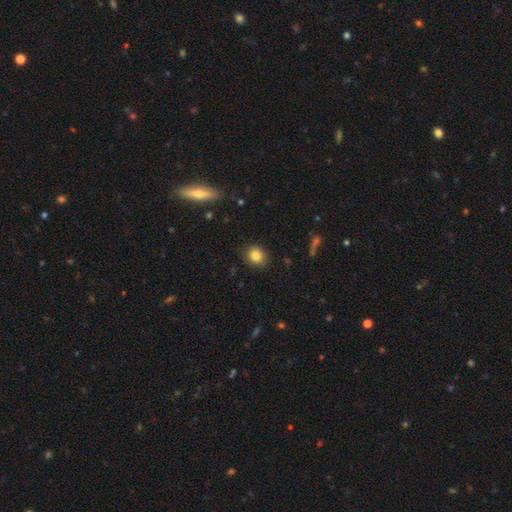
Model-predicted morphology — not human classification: A smooth galaxy with no disk features (84%) that is round (69%). Merging: none (88%).